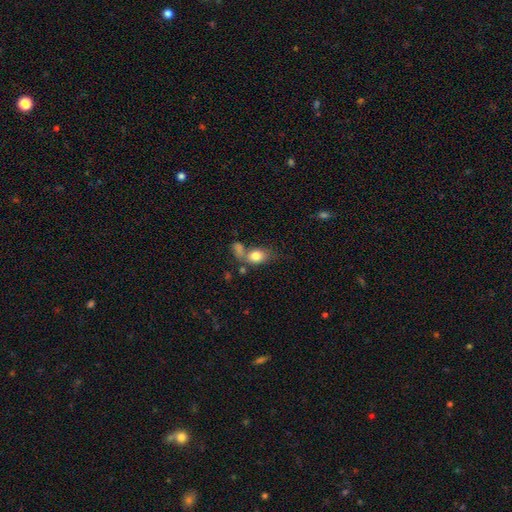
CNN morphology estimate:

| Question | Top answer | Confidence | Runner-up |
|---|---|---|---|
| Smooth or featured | smooth | 80% | featured or disk (11%) |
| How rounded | in between | 72% | round (26%) |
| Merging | none | 38% | merger (36%) |